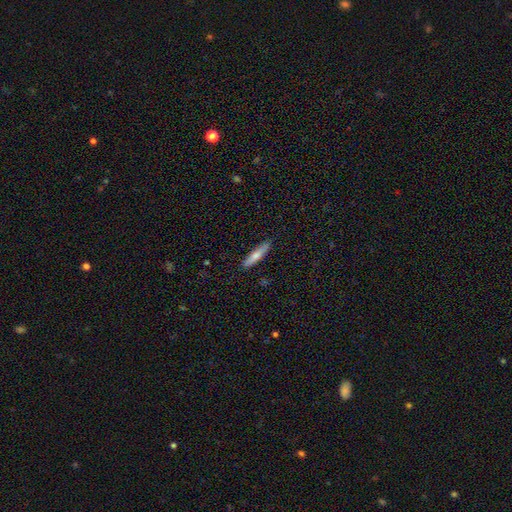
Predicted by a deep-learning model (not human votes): Morphology: type=smooth (68%); roundness=cigar-shaped (85%); merging=none (89%).